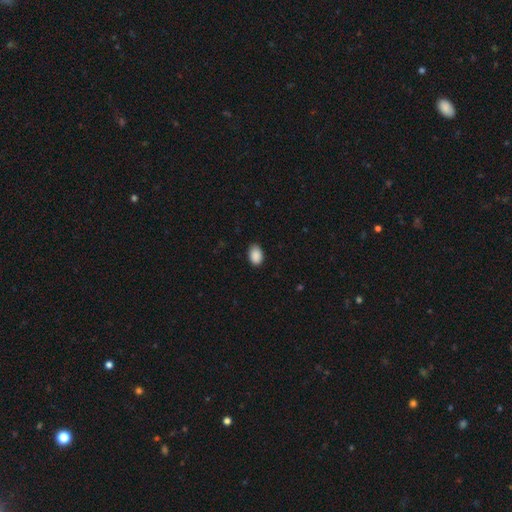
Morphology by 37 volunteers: Volunteers were most divided on "merging": none: 69%, minor disturbance: 26%, major disturbance: 6%, merger: 0%. More confident: smooth or featured — smooth (95%); how rounded — in between (91%).